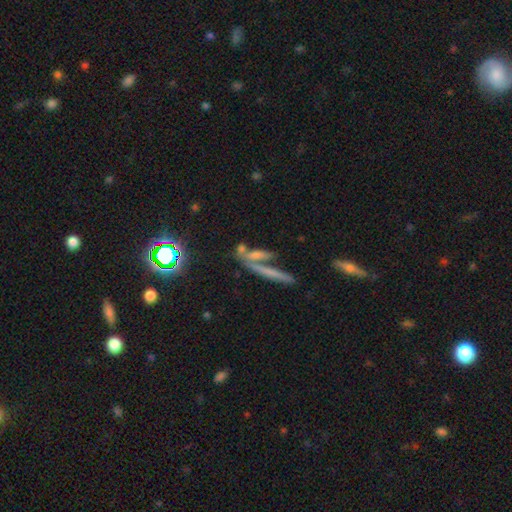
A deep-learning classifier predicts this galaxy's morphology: Smooth or featured? Predicted: featured or disk (p=0.36). Merging? Predicted: none (p=0.44).